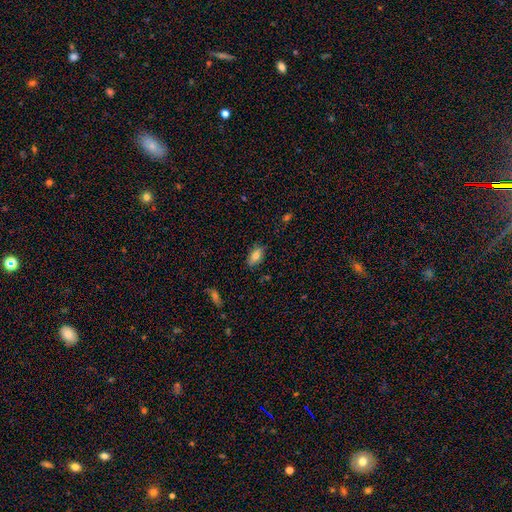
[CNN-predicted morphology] smooth-or-featured: smooth: 76% | featured or disk: 15% | star or artifact: 8%
  how-rounded: in between: 87% | cigar-shaped: 8% | round: 5%
  merging: none: 82% | minor disturbance: 15% | major disturbance: 3% | merger: 1%